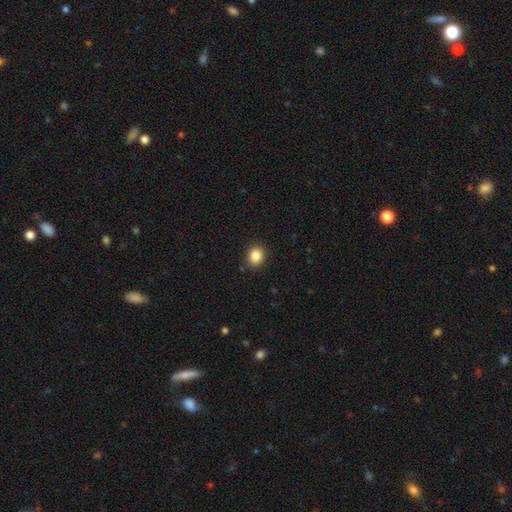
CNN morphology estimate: This is clearly a smooth galaxy (86%). How rounded: likely round (71%). Merging: clearly none (90%).